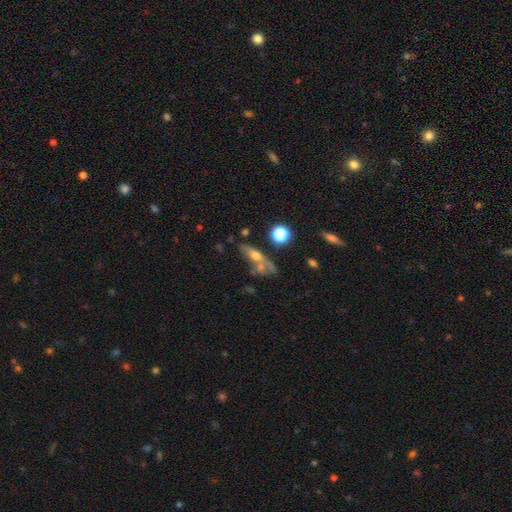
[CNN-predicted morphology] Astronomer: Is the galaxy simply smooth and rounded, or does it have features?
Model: smooth — 47% (runner-up: featured or disk, 40%).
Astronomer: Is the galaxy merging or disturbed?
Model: none — 43% (runner-up: merger, 29%).